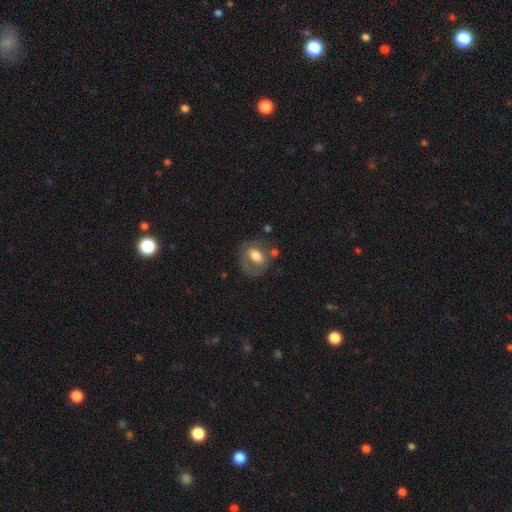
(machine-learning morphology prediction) Smooth or featured?
  - smooth: 51% *
  - featured or disk: 42%
  - star or artifact: 7%
How rounded?
  - in between: 55% *
  - round: 44%
  - cigar-shaped: 2%
Merging?
  - none: 54% *
  - minor disturbance: 23%
  - major disturbance: 15%
  - merger: 8%